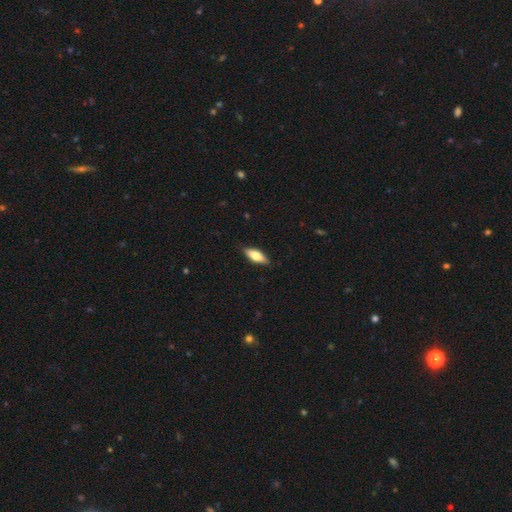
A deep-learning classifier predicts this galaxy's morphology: smooth 68%, featured or disk 26%, star or artifact 6%. Down the decision tree: how rounded — in between (69%); merging — none (86%).